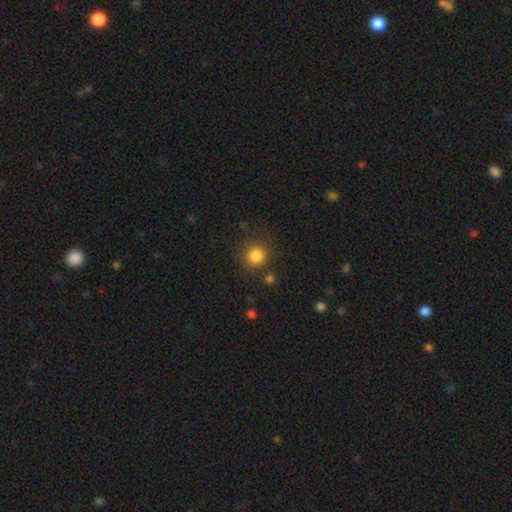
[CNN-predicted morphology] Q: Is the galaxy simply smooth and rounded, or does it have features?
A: smooth — 84%.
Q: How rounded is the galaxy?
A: round — 93%.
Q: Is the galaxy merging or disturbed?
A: none — 84%.